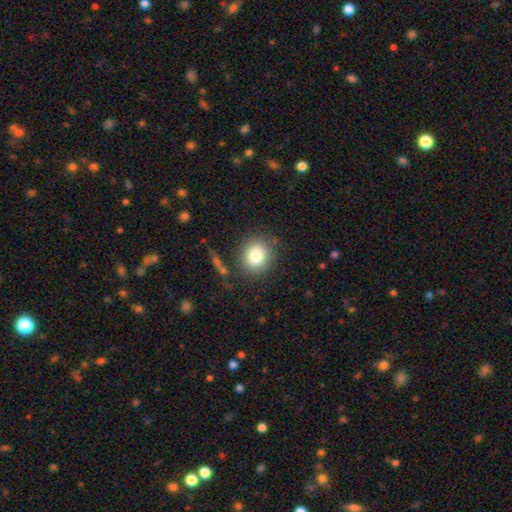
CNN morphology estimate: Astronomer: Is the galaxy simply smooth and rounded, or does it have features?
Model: smooth — 80%.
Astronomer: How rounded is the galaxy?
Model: round — 79%.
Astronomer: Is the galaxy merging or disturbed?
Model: none — 83%.